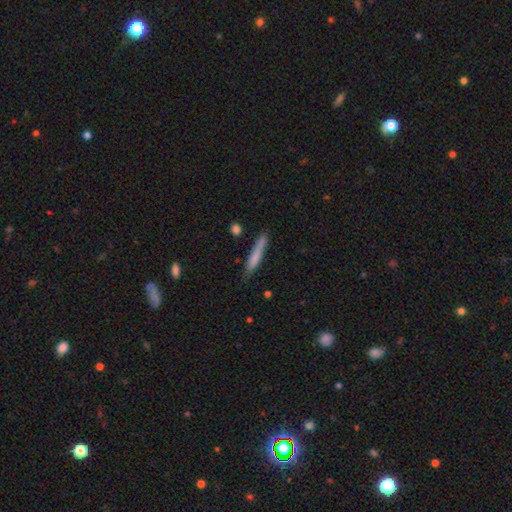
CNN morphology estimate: Smooth or featured?
  - smooth: 71% *
  - featured or disk: 22%
  - star or artifact: 7%
How rounded?
  - cigar-shaped: 93% *
  - in between: 5%
  - round: 1%
Merging?
  - none: 77% *
  - minor disturbance: 17%
  - major disturbance: 3%
  - merger: 3%